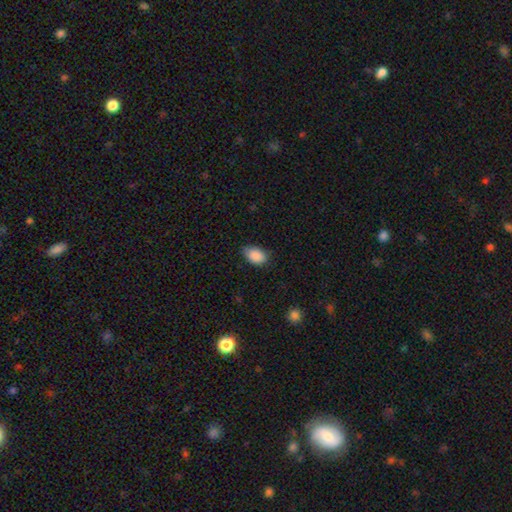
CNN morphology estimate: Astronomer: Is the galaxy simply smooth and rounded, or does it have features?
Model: smooth — 89%.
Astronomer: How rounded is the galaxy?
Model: in between — 87%.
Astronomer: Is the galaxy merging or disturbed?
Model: none — 69%.